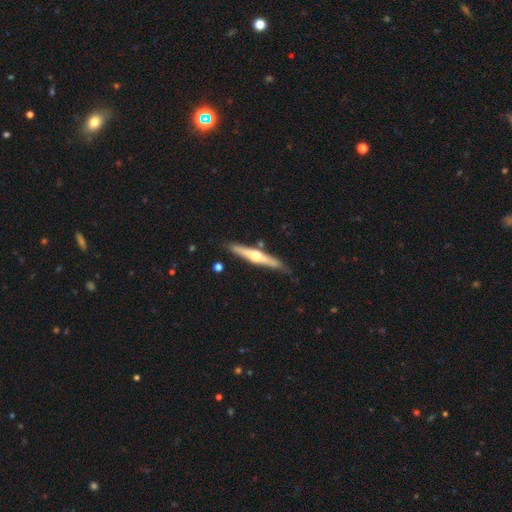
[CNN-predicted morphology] type=featured or disk (66%); edge-on=yes (96%); edge-on bulge=rounded (90%); merging=none (79%).